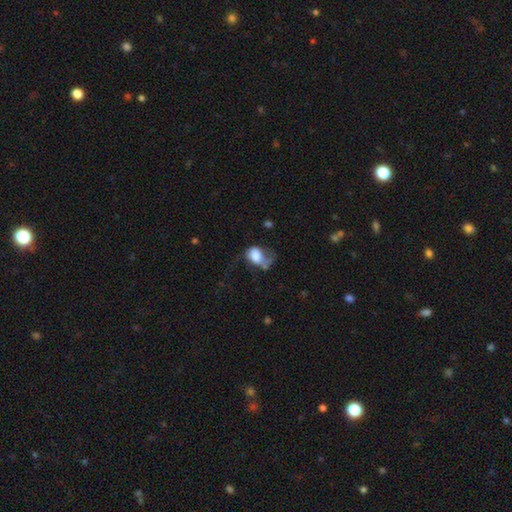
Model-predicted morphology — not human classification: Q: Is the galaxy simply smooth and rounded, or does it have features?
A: smooth — 65%.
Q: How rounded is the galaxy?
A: in between — 69%.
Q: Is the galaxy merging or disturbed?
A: major disturbance — 49%.